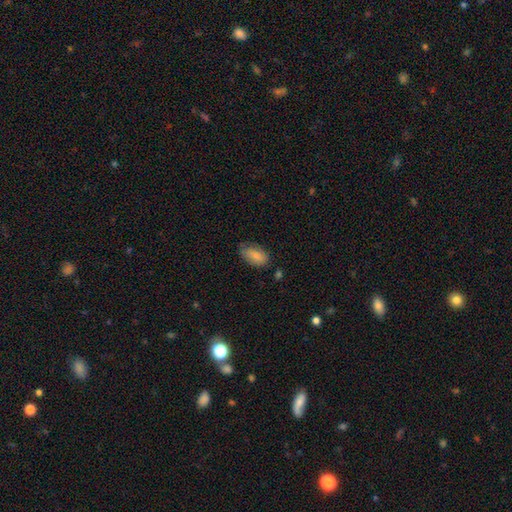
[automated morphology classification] The model was most divided on "merging": none: 66%, minor disturbance: 26%, major disturbance: 5%, merger: 2%. More confident: how rounded — in between (92%); smooth or featured — smooth (82%).